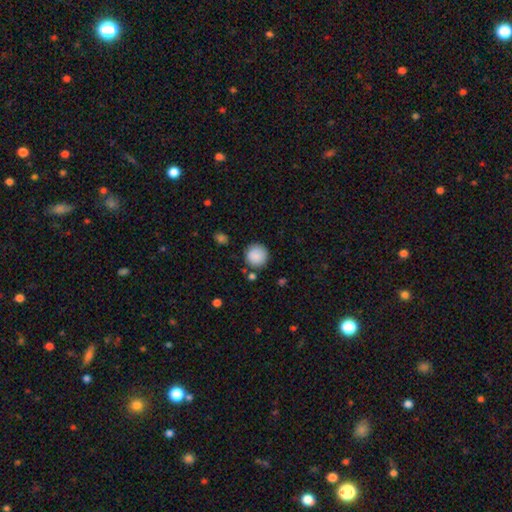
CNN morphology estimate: Smooth or featured? Predicted: smooth (p=0.88). How rounded? Predicted: round (p=0.94). Merging? Predicted: none (p=0.84).